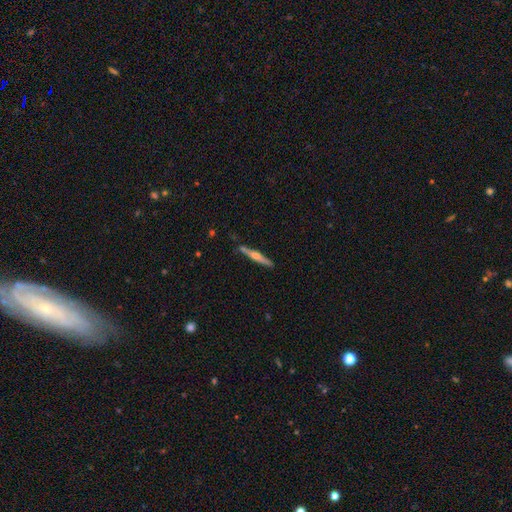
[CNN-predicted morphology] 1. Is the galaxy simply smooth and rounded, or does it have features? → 68% featured or disk, 26% smooth, 5% star or artifact.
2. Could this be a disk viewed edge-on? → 98% yes, 2% no.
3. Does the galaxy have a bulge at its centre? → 86% rounded, 7% boxy, 7% none.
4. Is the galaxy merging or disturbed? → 87% none, 9% minor disturbance, 3% merger, 2% major disturbance.